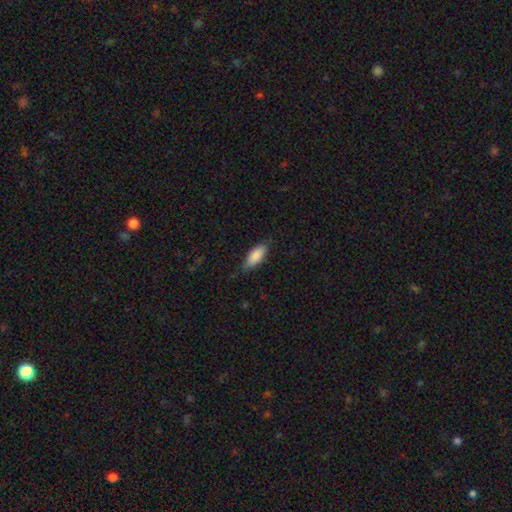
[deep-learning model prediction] Smooth or featured? smooth (86%)
How rounded? in between (76%)
Merging? none (79%)